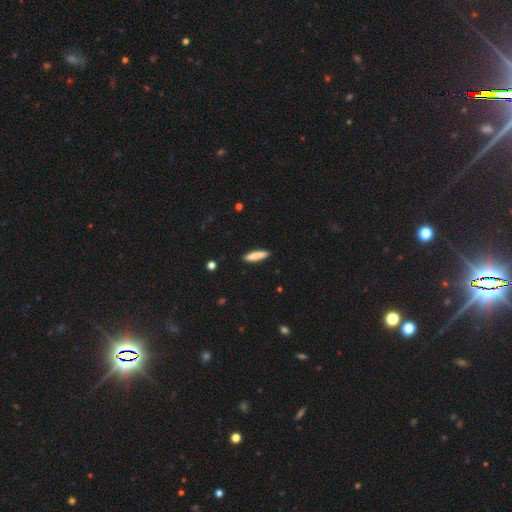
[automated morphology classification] smooth-or-featured: smooth: 83% | featured or disk: 11% | star or artifact: 6%
  how-rounded: cigar-shaped: 80% | in between: 19% | round: 1%
  merging: none: 88% | minor disturbance: 9% | major disturbance: 2% | merger: 1%